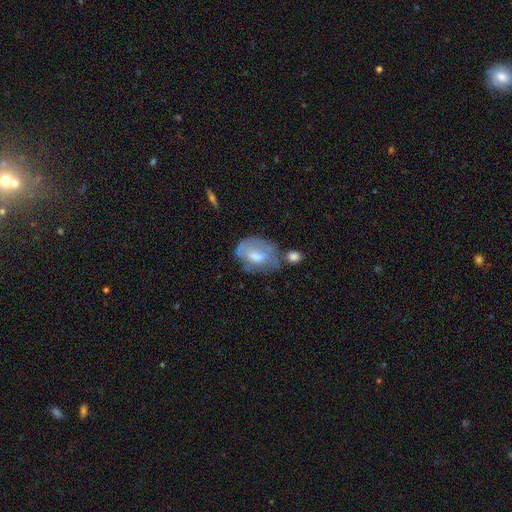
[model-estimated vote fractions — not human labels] Morphology: type=featured or disk (49%); merging=none (37%).